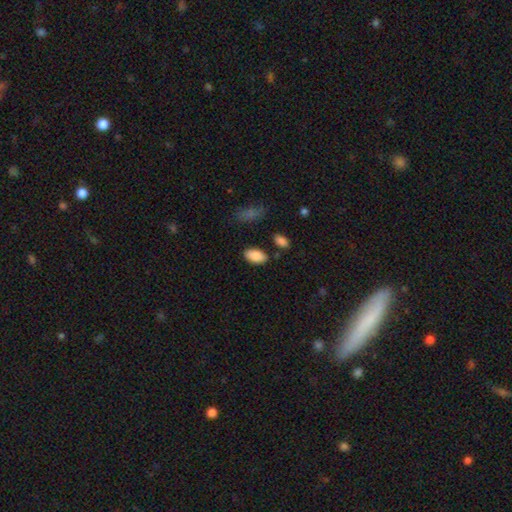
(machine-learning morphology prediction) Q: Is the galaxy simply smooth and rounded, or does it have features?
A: smooth — 86%.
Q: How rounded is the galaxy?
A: in between — 94%.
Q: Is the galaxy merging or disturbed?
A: none — 83%.